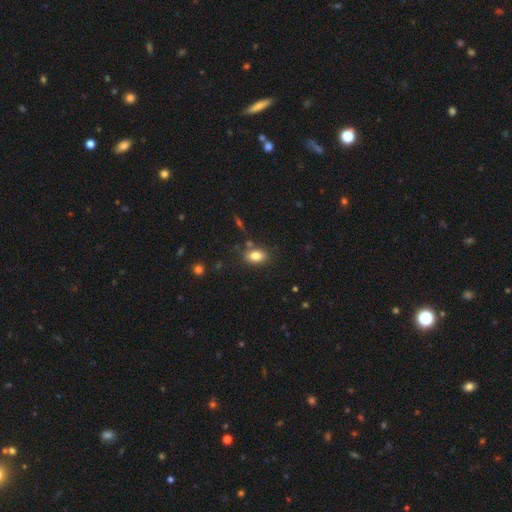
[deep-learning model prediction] Q: Smooth or featured?
A: smooth (81%); runner-up: featured or disk (9%)
Q: How rounded?
A: in between (84%); runner-up: round (14%)
Q: Merging?
A: none (77%); runner-up: minor disturbance (12%)